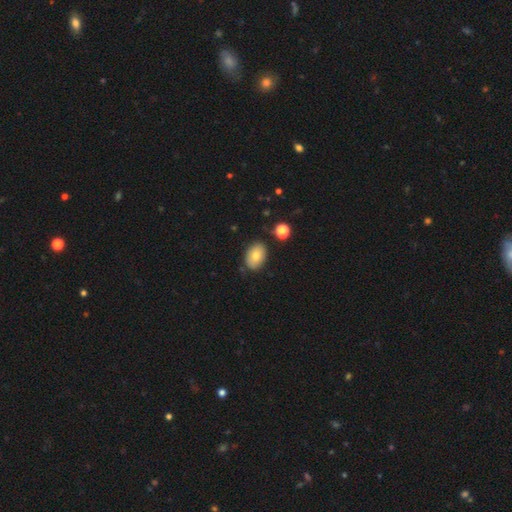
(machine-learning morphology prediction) smooth_or_featured: smooth (p=0.78) [alt: featured or disk p=0.13]
how_rounded: in between (p=0.84) [alt: round p=0.15]
merging: none (p=0.79) [alt: minor disturbance p=0.15]